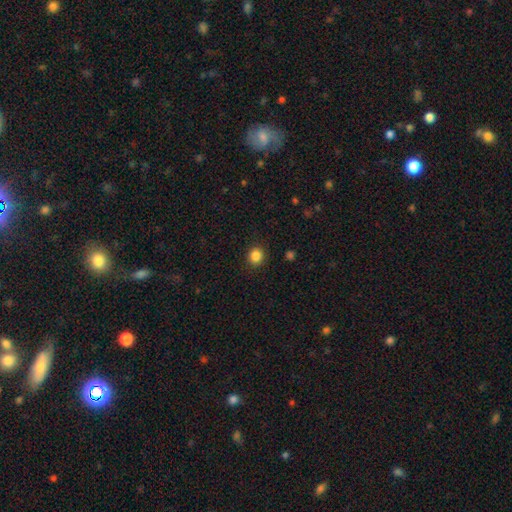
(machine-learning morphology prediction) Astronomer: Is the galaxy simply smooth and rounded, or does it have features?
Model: smooth — 86%.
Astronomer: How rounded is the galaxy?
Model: round — 87%.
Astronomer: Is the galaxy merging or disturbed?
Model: none — 91%.